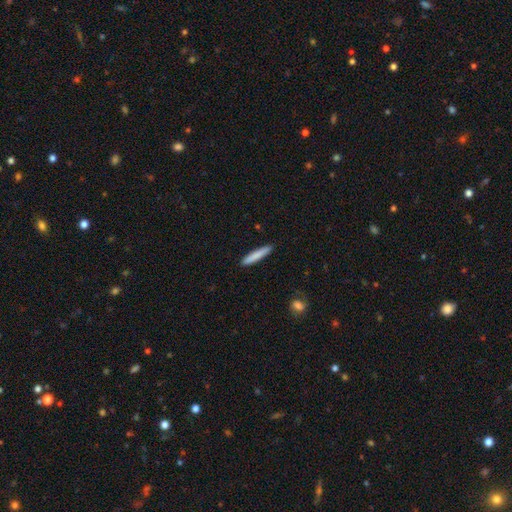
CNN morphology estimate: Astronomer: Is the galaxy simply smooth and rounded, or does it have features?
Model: smooth — 82%.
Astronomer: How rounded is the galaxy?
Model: cigar-shaped — 94%.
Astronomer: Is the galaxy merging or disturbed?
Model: none — 91%.